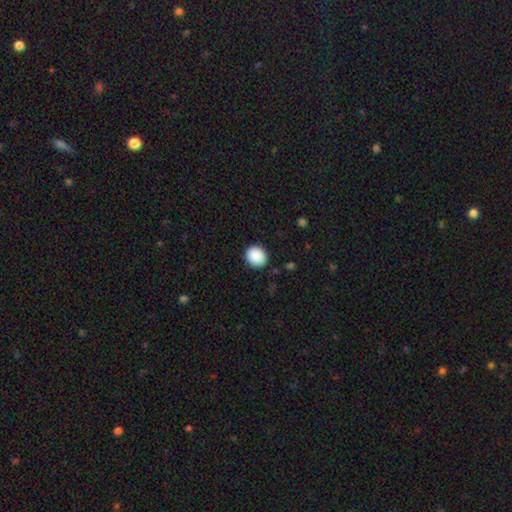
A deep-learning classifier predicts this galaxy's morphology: This is clearly a smooth galaxy (89%). How rounded: clearly round (81%). Merging: clearly none (89%).